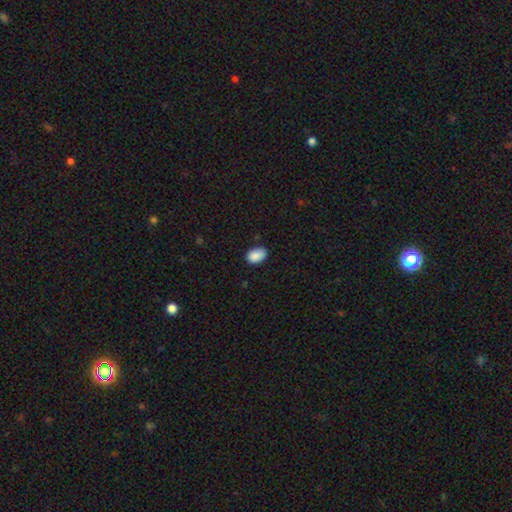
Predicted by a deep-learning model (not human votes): smooth 89%, star or artifact 7%, featured or disk 3%. Down the decision tree: how rounded — in between (87%); merging — none (80%).